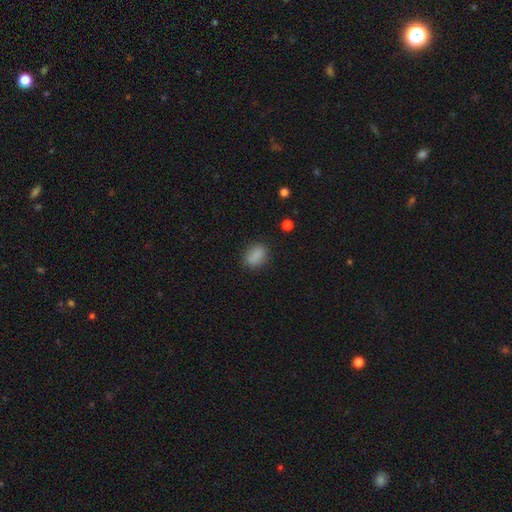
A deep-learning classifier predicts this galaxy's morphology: The model was most divided on "how rounded": in between: 73%, round: 25%, cigar-shaped: 2%. More confident: smooth or featured — smooth (85%); merging — none (83%).